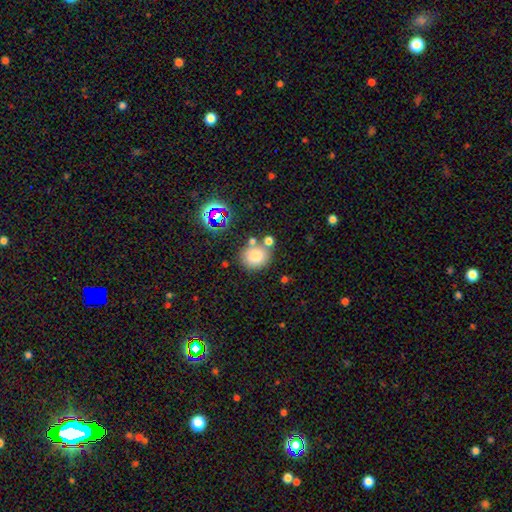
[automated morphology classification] Smooth or featured? Predicted: smooth (p=0.76). How rounded? Predicted: round (p=0.78). Merging? Predicted: none (p=0.68).